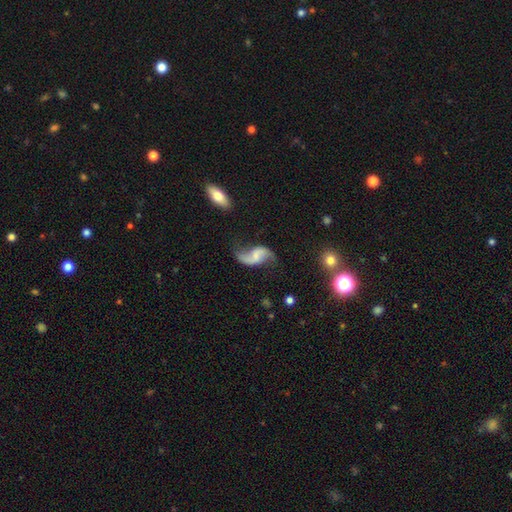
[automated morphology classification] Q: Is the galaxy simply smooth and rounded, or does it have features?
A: featured or disk — 84%.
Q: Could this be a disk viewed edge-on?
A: no — 97%.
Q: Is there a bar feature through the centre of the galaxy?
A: weak — 43%.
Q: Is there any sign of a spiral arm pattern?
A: yes — 95%.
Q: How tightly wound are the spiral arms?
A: loose — 88%.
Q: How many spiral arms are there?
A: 2 — 92%.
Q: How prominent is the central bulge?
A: none — 44%.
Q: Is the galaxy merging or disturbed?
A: none — 67%.